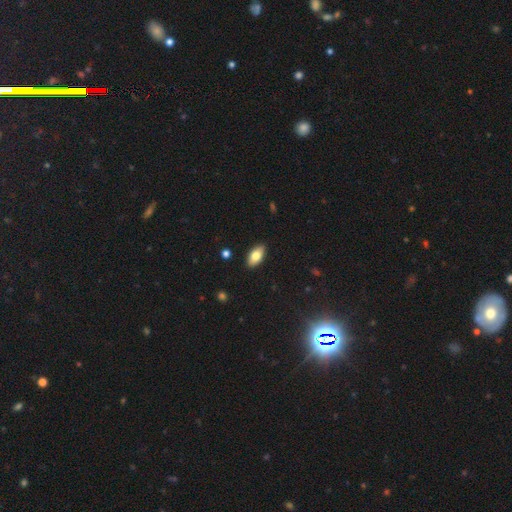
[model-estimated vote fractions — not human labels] Morphology: type=smooth (78%); roundness=in between (90%); merging=none (89%).